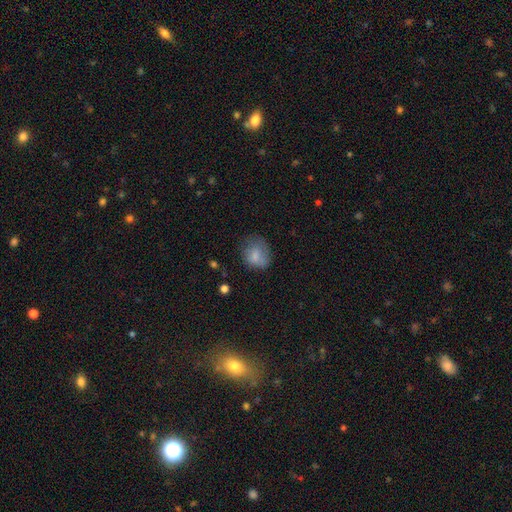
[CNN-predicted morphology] This is likely a smooth galaxy (77%). How rounded: possibly round (59%). Merging: possibly none (53%).